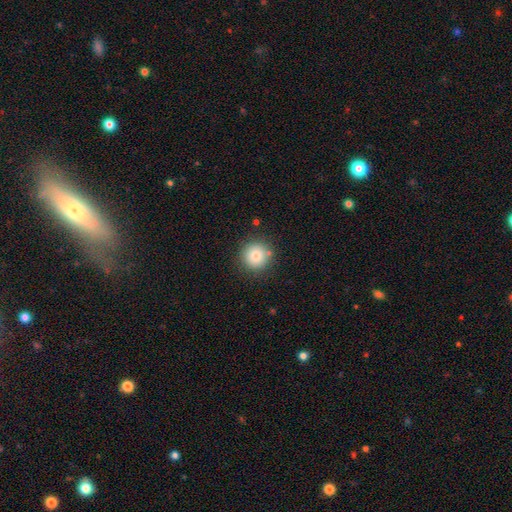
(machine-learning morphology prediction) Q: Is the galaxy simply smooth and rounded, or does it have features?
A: smooth — 80%.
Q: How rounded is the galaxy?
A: round — 94%.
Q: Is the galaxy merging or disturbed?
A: none — 85%.